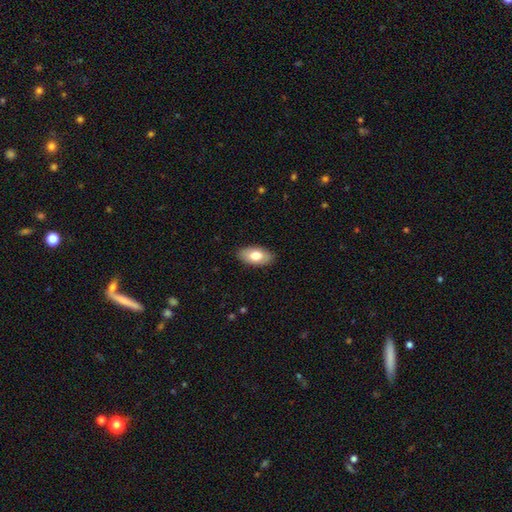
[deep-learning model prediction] Smooth or featured? smooth (77%)
How rounded? in between (93%)
Merging? none (88%)